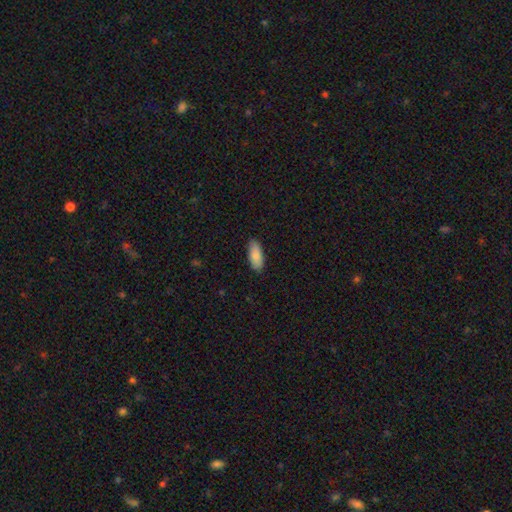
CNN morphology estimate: Overall: smooth (87%). How rounded: in between (83%). Merging: none (88%).